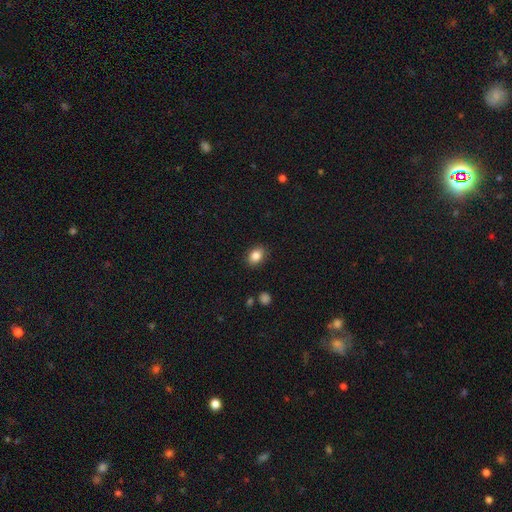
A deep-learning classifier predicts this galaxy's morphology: type=smooth (85%); roundness=in between (70%); merging=none (88%).